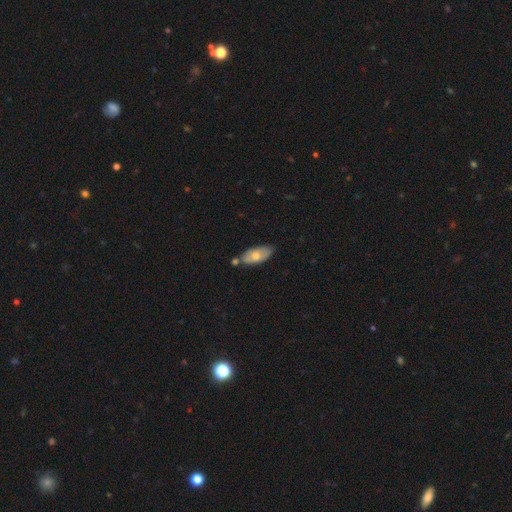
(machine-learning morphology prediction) Smooth or featured? Predicted: smooth (p=0.62). How rounded? Predicted: in between (p=0.87). Merging? Predicted: none (p=0.64).